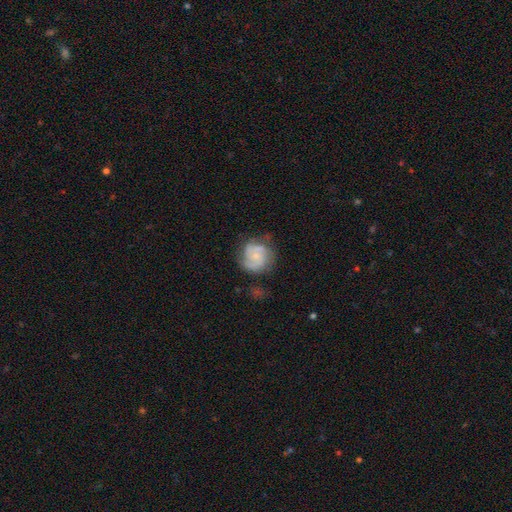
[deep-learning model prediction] smooth-or-featured: featured or disk: 67% | smooth: 26% | star or artifact: 7%
  disk-edge-on: no: 98% | yes: 2%
    bar: no: 70% | weak: 26% | strong: 4%
    has-spiral-arms: yes: 91% | no: 9%
      spiral-winding: tight: 44% | medium: 42% | loose: 14%
      spiral-arm-count: 2: 43% | 3: 26% | can't tell: 19% | 1: 4% | 4: 4% | more than 4: 3%
    bulge-size: small: 64% | moderate: 21% | none: 12% | large: 2% | dominant: 1%
  merging: none: 65% | minor disturbance: 22% | major disturbance: 10% | merger: 3%